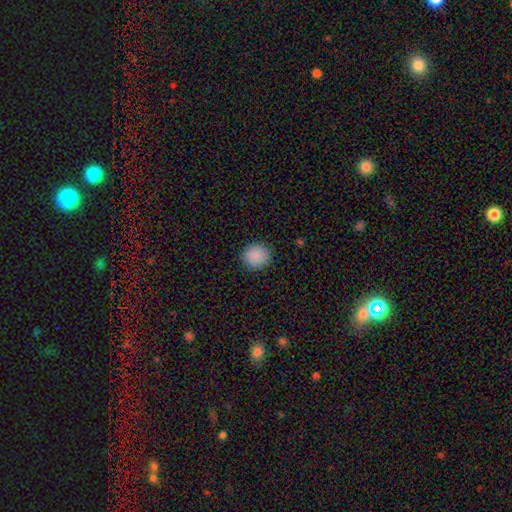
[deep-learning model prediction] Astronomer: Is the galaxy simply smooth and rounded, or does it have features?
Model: smooth — 89%.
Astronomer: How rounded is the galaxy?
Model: round — 87%.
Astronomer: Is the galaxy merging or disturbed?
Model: none — 91%.